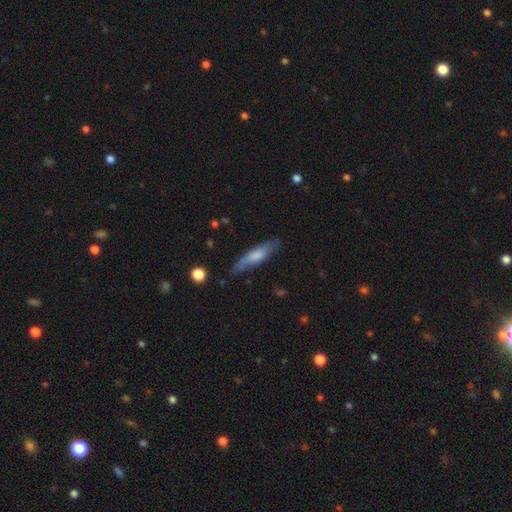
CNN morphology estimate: A smooth galaxy with no disk features (61%) that is cigar-shaped (75%). Merging: none (75%).